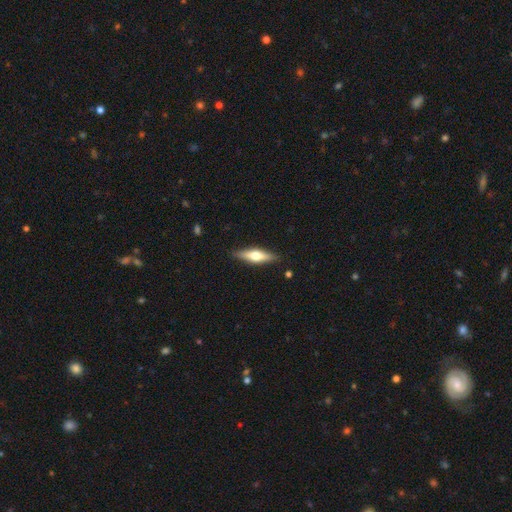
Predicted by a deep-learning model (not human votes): Smooth or featured: featured or disk — 50% (smooth — 44%)
Edge-on disk: yes — 92% (no — 8%)
Merging: none — 88% (minor disturbance — 9%)